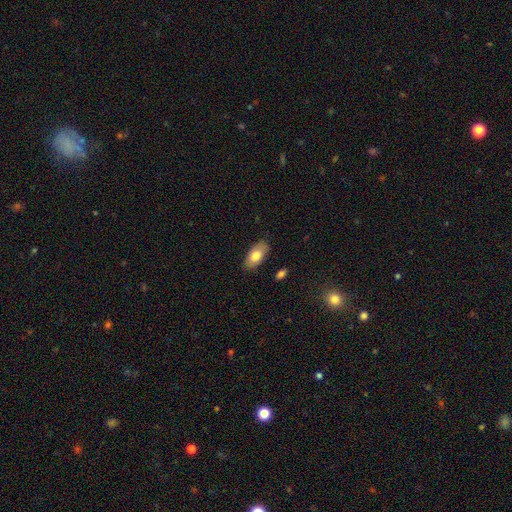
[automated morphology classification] The model was most divided on "smooth or featured": smooth: 76%, featured or disk: 18%, star or artifact: 6%. More confident: how rounded — in between (93%); merging — none (84%).